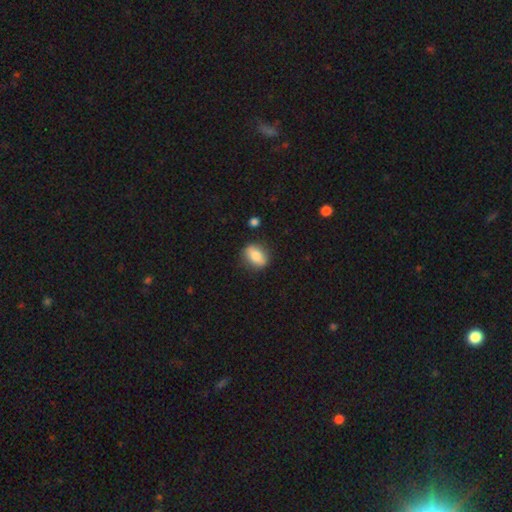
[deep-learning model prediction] smooth 75%, featured or disk 18%, star or artifact 7%. Down the decision tree: how rounded — in between (72%); merging — none (82%).